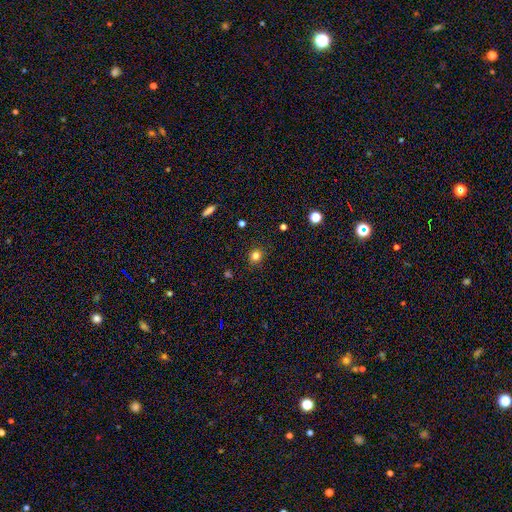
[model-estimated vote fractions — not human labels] A smooth galaxy with no disk features (81%) that is round (85%). Merging: none (89%).